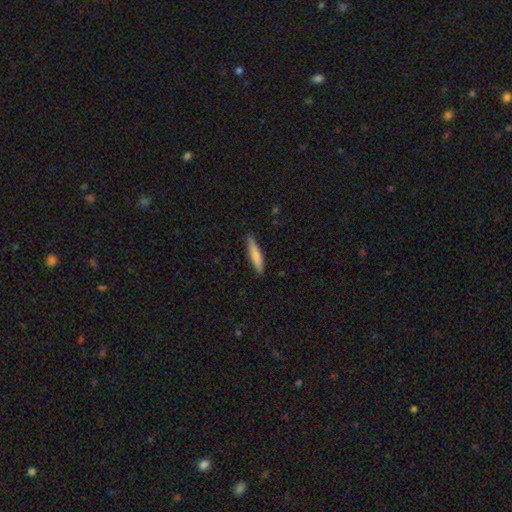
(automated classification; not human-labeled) A smooth galaxy with no disk features (79%) that is cigar-shaped (84%). Merging: none (88%).